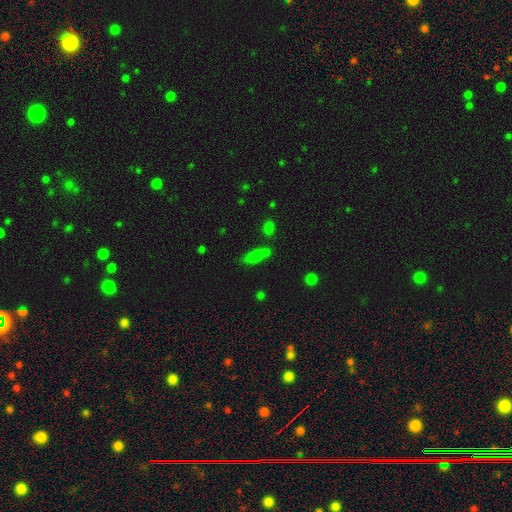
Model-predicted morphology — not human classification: This is likely a smooth galaxy (75%). How rounded: possibly in between (55%). Merging: possibly none (55%).